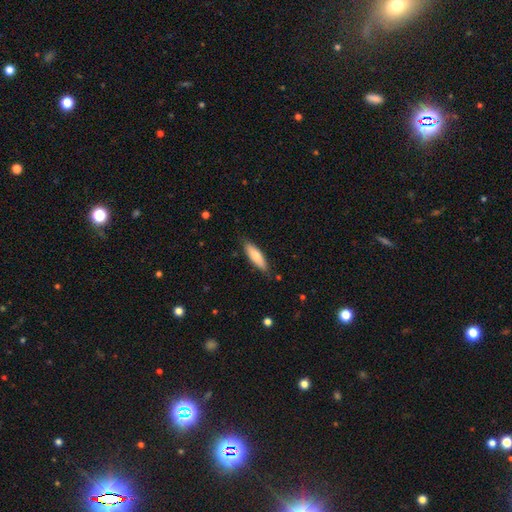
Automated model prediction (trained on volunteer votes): A smooth galaxy with no disk features (73%) that is cigar-shaped (53%). Merging: none (82%).